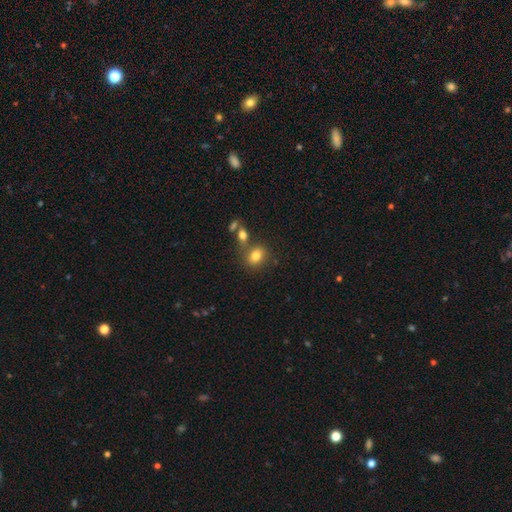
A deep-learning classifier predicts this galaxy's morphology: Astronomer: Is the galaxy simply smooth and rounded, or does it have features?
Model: smooth — 81%.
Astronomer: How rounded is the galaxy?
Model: in between — 59% (runner-up: round, 39%).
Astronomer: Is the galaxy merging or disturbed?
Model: none — 60%.